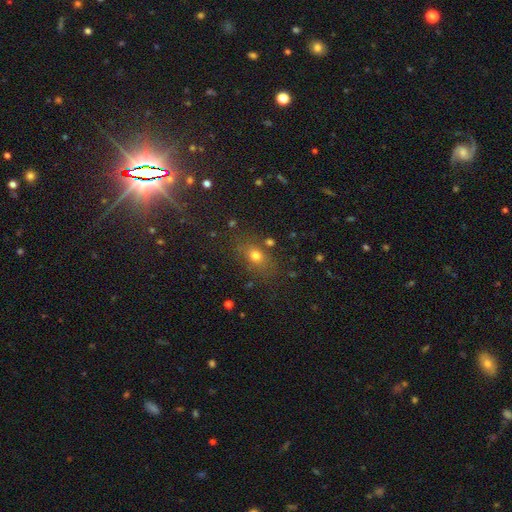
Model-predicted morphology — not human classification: This is likely a smooth galaxy (69%). How rounded: likely in between (61%). Merging: likely none (78%).